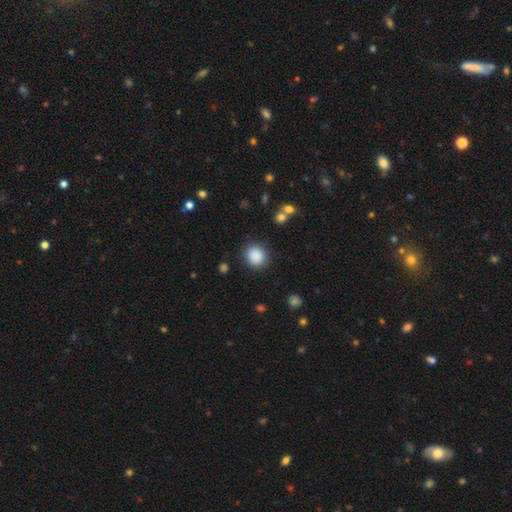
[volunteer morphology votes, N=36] Smooth or featured: smooth — 94% (featured or disk — 6%)
How rounded: round — 79% (in between — 21%)
Merging: none — 89% (major disturbance — 6%)